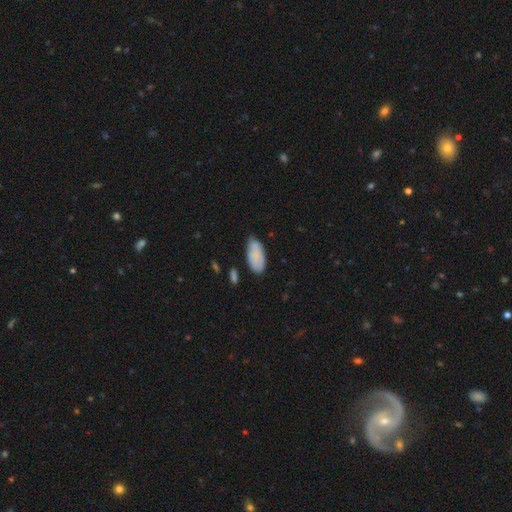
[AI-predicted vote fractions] This is clearly a smooth galaxy (83%). How rounded: clearly in between (91%). Merging: likely none (64%).